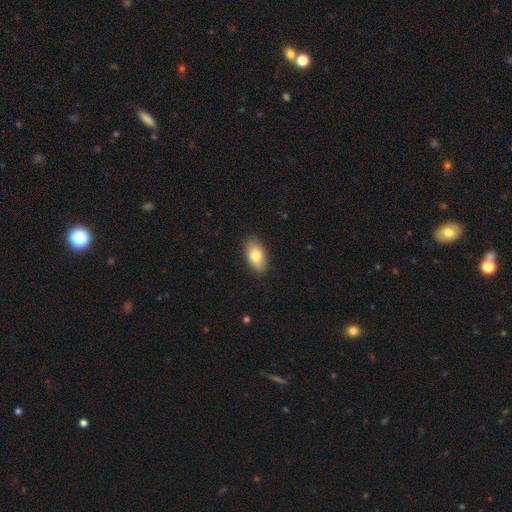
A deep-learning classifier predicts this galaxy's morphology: A smooth galaxy with no disk features (81%) that is in between round and cigar-shaped (93%).

Vote fractions:
- Smooth or featured? smooth: 81% / featured or disk: 13% / star or artifact: 6%
- How rounded? in between: 93% / round: 4% / cigar-shaped: 3%
- Merging? none: 87% / minor disturbance: 10% / major disturbance: 2% / merger: 1%